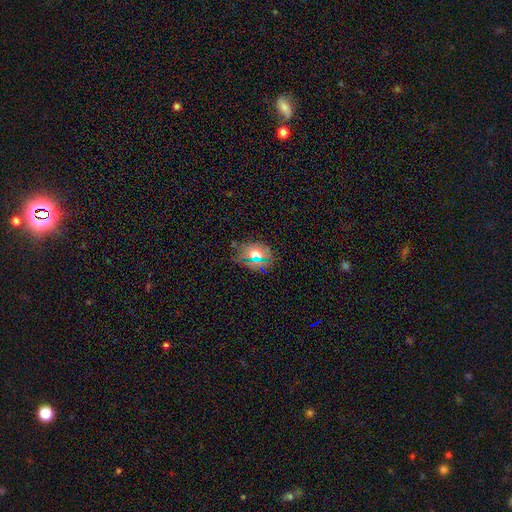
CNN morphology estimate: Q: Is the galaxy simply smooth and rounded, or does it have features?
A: smooth — 65%.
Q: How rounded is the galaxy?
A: in between — 55%.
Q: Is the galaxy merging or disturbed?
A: none — 80%.